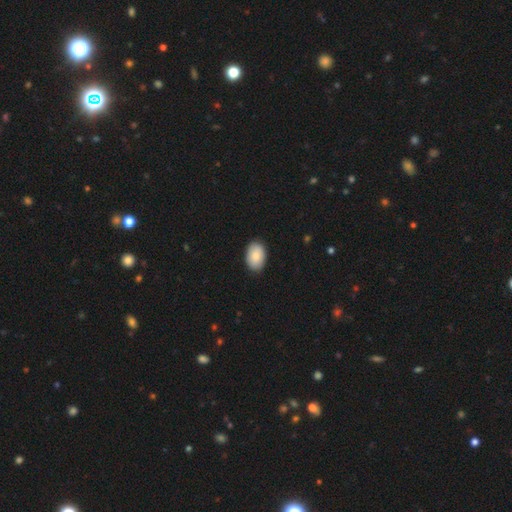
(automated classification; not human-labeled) smooth-or-featured: smooth: 84% | featured or disk: 9% | star or artifact: 6%
  how-rounded: in between: 88% | round: 11% | cigar-shaped: 1%
  merging: none: 89% | minor disturbance: 9% | major disturbance: 2% | merger: 1%